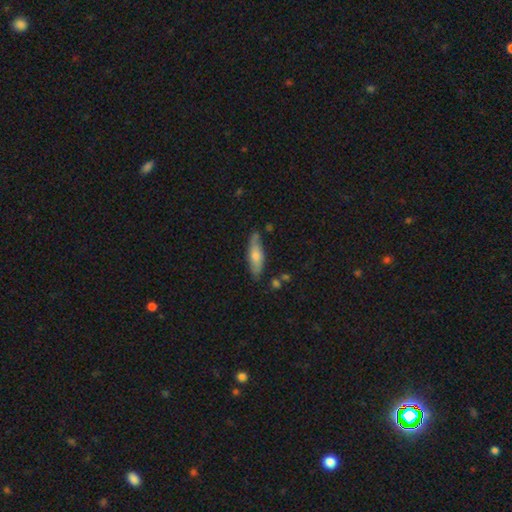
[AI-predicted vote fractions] Smooth or featured? smooth (61%)
How rounded? cigar-shaped (51%)
Merging? none (75%)